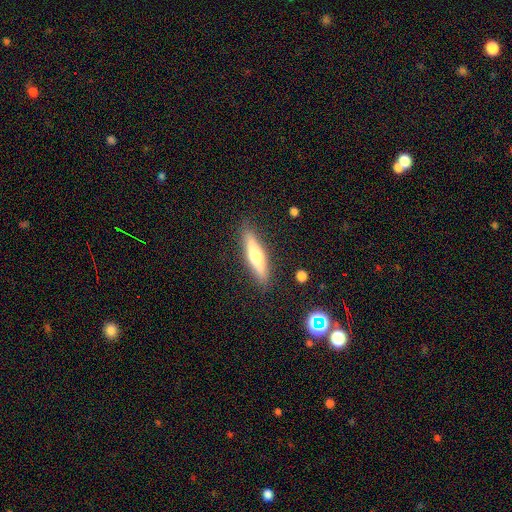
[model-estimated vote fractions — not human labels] smooth_or_featured: featured or disk (p=0.48) [alt: smooth p=0.46]
merging: none (p=0.88) [alt: minor disturbance p=0.09]